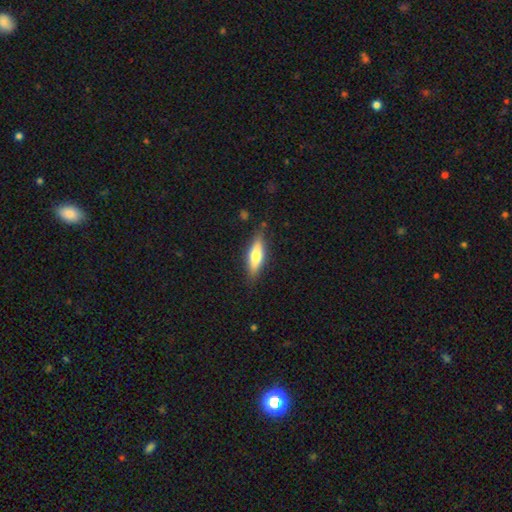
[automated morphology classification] Smooth or featured? Predicted: smooth (p=0.59). How rounded? Predicted: cigar-shaped (p=0.59). Merging? Predicted: none (p=0.84).